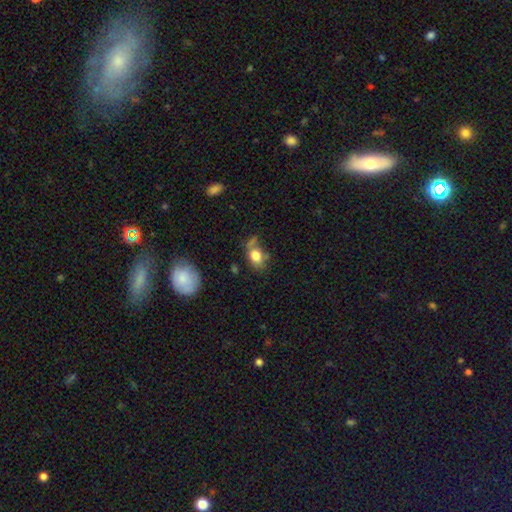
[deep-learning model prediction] smooth_or_featured: smooth (p=0.76) [alt: featured or disk p=0.15]
how_rounded: in between (p=0.70) [alt: round p=0.27]
merging: none (p=0.45) [alt: minor disturbance p=0.27]